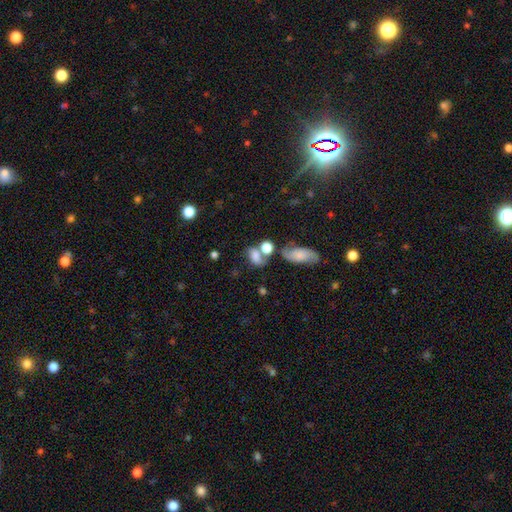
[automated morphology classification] A smooth galaxy with no disk features (67%) that is in between round and cigar-shaped (71%). Merging: merger (37%).